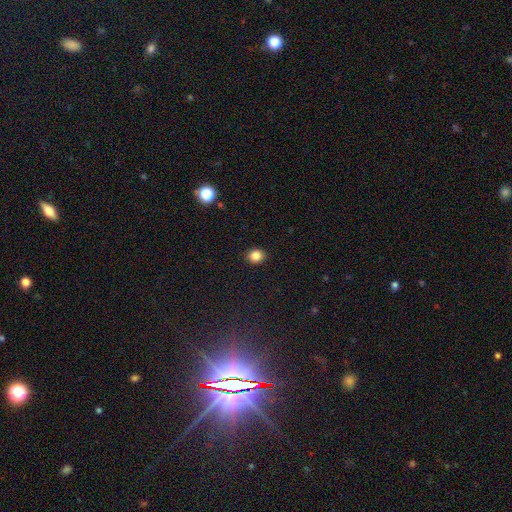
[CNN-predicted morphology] Smooth or featured: smooth — 85% (star or artifact — 11%)
How rounded: round — 66% (in between — 33%)
Merging: none — 90% (minor disturbance — 7%)